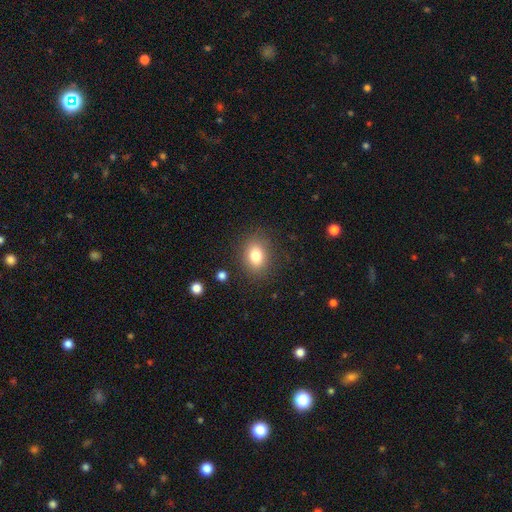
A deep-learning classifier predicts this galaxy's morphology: smooth_or_featured: smooth (p=0.81) [alt: star or artifact p=0.10]
how_rounded: in between (p=0.65) [alt: round p=0.34]
merging: none (p=0.85) [alt: minor disturbance p=0.10]